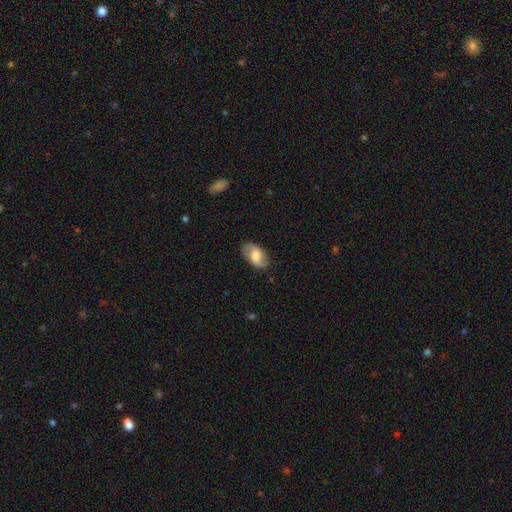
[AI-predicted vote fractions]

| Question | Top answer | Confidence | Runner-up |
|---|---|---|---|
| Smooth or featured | smooth | 51% | featured or disk (41%) |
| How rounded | in between | 91% | round (7%) |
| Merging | none | 77% | minor disturbance (17%) |